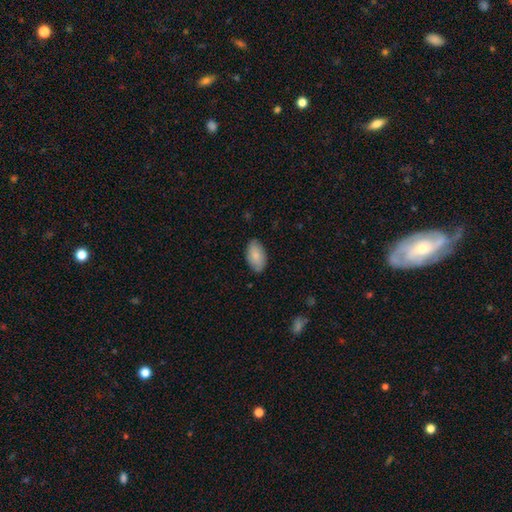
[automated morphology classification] Q: Smooth or featured?
A: smooth (84%); runner-up: featured or disk (10%)
Q: How rounded?
A: in between (95%); runner-up: round (4%)
Q: Merging?
A: none (83%); runner-up: minor disturbance (14%)